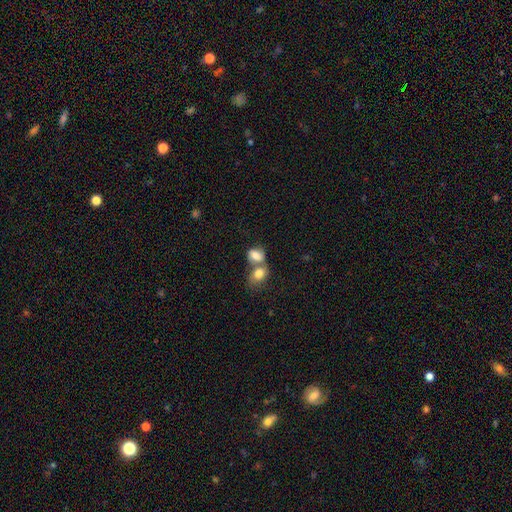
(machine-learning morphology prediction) This is likely a smooth galaxy (77%). How rounded: likely in between (68%). Merging: likely merger (62%).